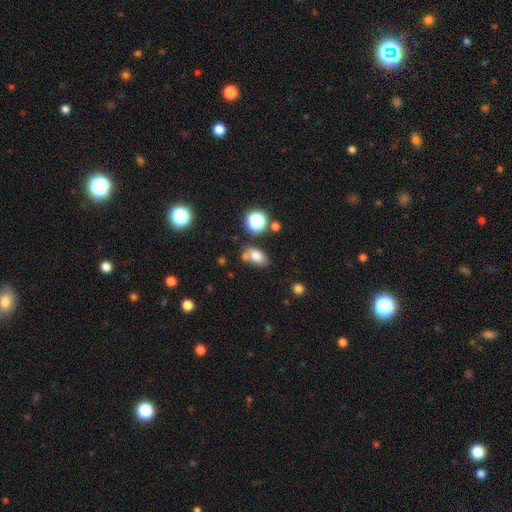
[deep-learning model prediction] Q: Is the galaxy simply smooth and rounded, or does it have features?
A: smooth — 77%.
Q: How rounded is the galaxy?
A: in between — 84%.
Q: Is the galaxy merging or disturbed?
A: none — 57%.